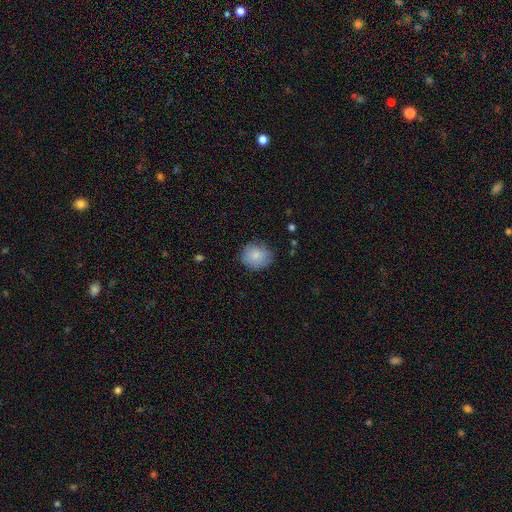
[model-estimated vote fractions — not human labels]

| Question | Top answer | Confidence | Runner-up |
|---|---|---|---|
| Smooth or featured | smooth | 85% | featured or disk (8%) |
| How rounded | round | 71% | in between (28%) |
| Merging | none | 77% | minor disturbance (18%) |